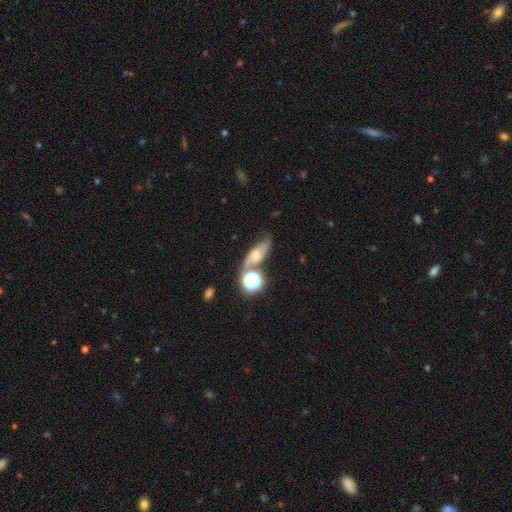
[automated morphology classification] A featured or disk galaxy (58%).

Vote fractions:
- Smooth or featured? featured or disk: 58% / smooth: 24% / star or artifact: 18%
- Edge-on disk? no: 79% / yes: 21%
- Merging? none: 56% / merger: 18% / minor disturbance: 17% / major disturbance: 9%